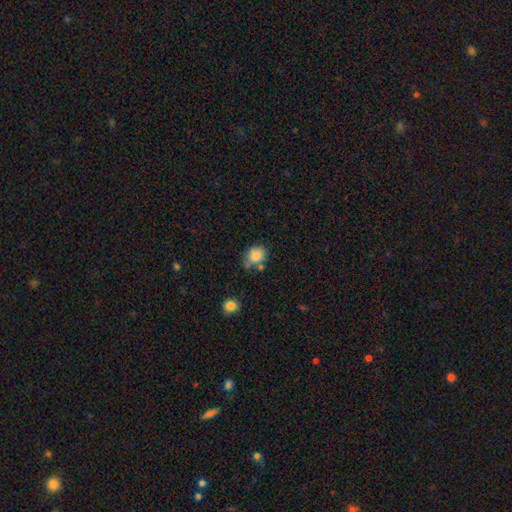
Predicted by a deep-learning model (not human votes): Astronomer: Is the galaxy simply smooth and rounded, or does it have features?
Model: smooth — 83%.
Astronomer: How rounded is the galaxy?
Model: round — 58% (runner-up: in between, 41%).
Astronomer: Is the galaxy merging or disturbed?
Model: none — 59%.